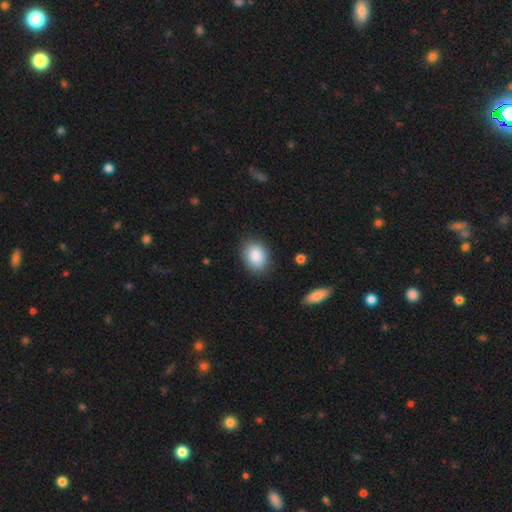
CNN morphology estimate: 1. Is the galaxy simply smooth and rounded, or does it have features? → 88% smooth, 7% star or artifact, 5% featured or disk.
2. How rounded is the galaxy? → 68% in between, 31% round, 1% cigar-shaped.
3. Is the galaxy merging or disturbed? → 85% none, 11% minor disturbance, 3% major disturbance, 1% merger.